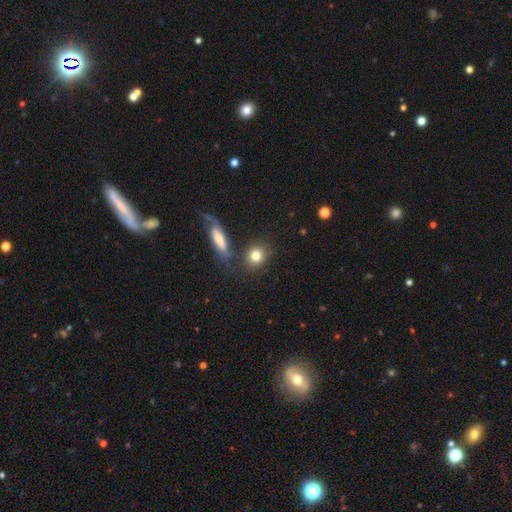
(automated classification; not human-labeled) The model was most divided on "how rounded": round: 76%, in between: 21%, cigar-shaped: 3%. More confident: smooth or featured — smooth (80%); merging — none (72%).